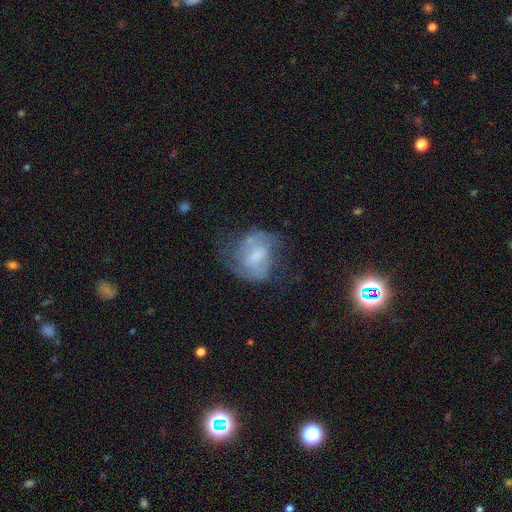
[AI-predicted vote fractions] Smooth or featured?
  - featured or disk: 64% *
  - smooth: 27%
  - star or artifact: 9%
Edge-on disk?
  - no: 97% *
  - yes: 3%
Bar?
  - weak: 46% *
  - no: 43%
  - strong: 11%
Spiral arms?
  - yes: 75% *
  - no: 25%
Bulge size?
  - moderate: 37% *
  - small: 35%
  - none: 20%
  - large: 7%
  - dominant: 1%
Merging?
  - none: 47% *
  - minor disturbance: 25%
  - major disturbance: 24%
  - merger: 4%